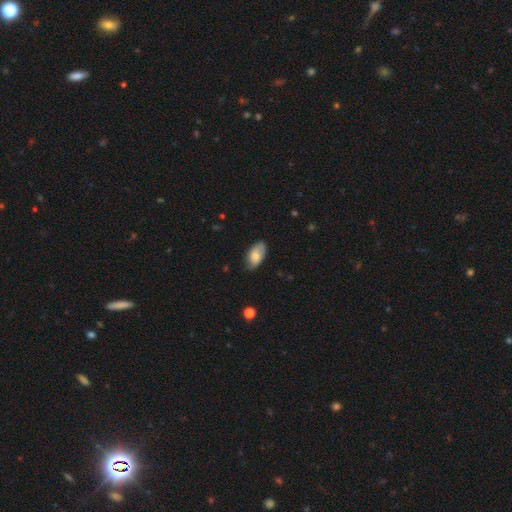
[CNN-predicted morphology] smooth_or_featured: smooth (p=0.65) [alt: featured or disk p=0.28]
how_rounded: in between (p=0.93) [alt: round p=0.04]
merging: none (p=0.72) [alt: minor disturbance p=0.23]